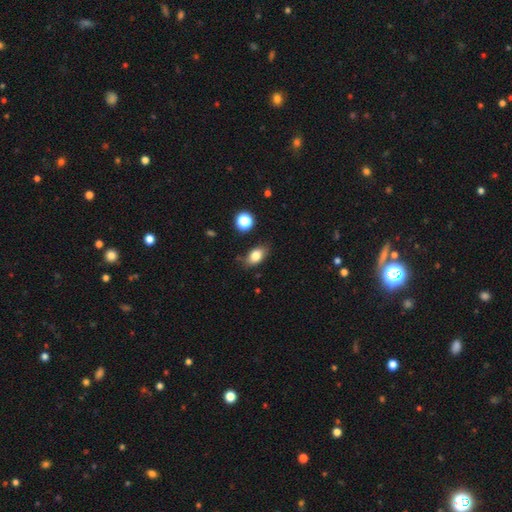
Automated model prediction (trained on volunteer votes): A smooth galaxy with no disk features (81%) that is in between round and cigar-shaped (84%).

Vote fractions:
- Smooth or featured? smooth: 81% / featured or disk: 10% / star or artifact: 9%
- How rounded? in between: 84% / round: 13% / cigar-shaped: 3%
- Merging? none: 78% / minor disturbance: 16% / major disturbance: 3% / merger: 3%